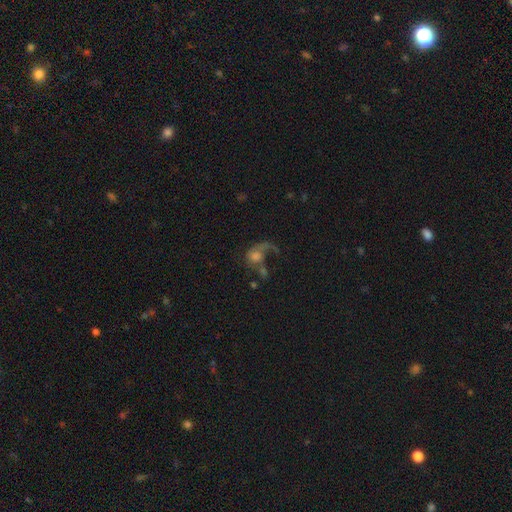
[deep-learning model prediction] Smooth or featured? Predicted: featured or disk (p=0.50). Merging? Predicted: major disturbance (p=0.45).